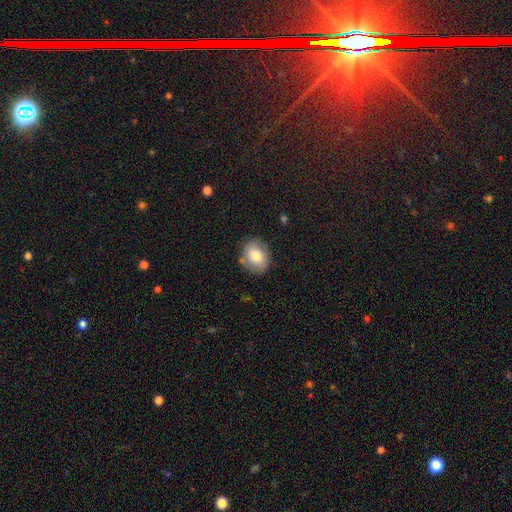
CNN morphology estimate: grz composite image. It shows a smooth galaxy with no disk features (78%) that is in between round and cigar-shaped (51%). Merging: none (81%).